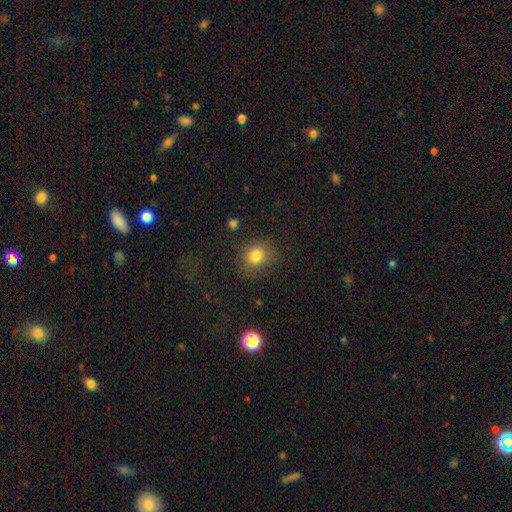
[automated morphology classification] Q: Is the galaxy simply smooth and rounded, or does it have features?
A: smooth — 80%.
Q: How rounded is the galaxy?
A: round — 73%.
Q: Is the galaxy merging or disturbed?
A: none — 78%.